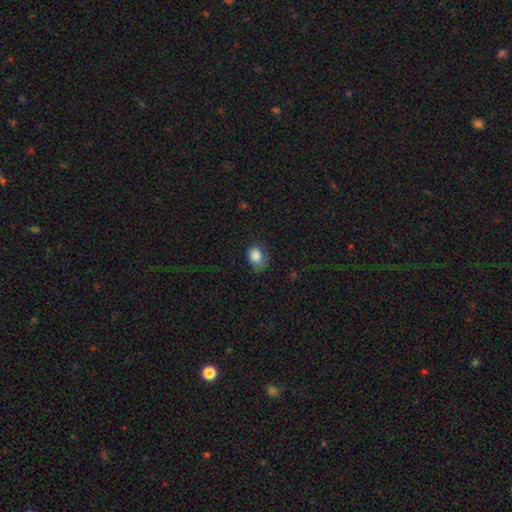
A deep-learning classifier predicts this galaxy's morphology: Overall: smooth (83%). How rounded: in between (59%; round 40%). Merging: none (51%; minor disturbance 32%).